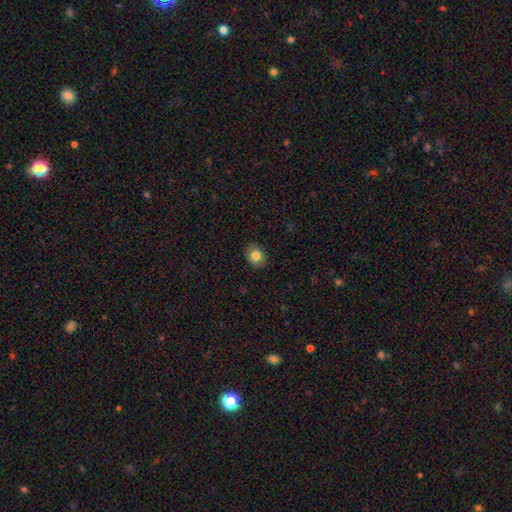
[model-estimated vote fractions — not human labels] The model was most divided on "how rounded": round: 50%, in between: 49%, cigar-shaped: 1%. More confident: merging — none (88%); smooth or featured — smooth (82%).